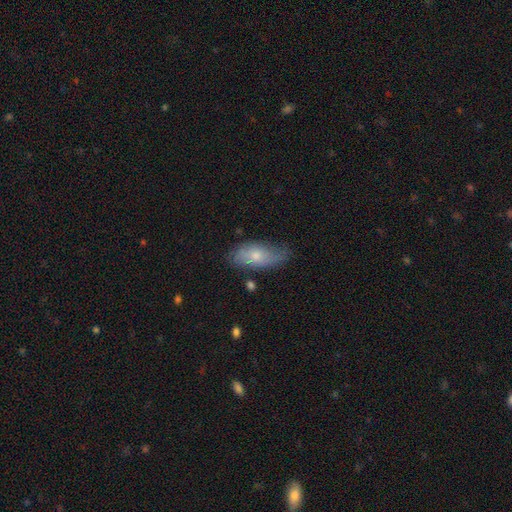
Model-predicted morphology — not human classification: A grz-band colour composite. It shows a smooth galaxy with no disk features (62%) that is in between round and cigar-shaped (85%). Merging: none (57%).